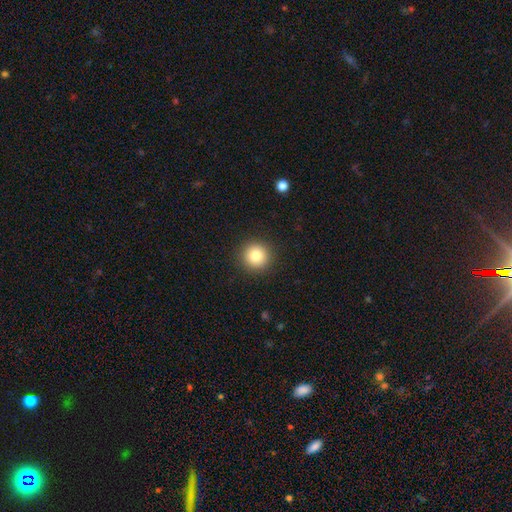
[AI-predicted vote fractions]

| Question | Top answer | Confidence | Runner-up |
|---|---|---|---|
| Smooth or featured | smooth | 82% | star or artifact (10%) |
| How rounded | round | 95% | in between (4%) |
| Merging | none | 92% | minor disturbance (5%) |